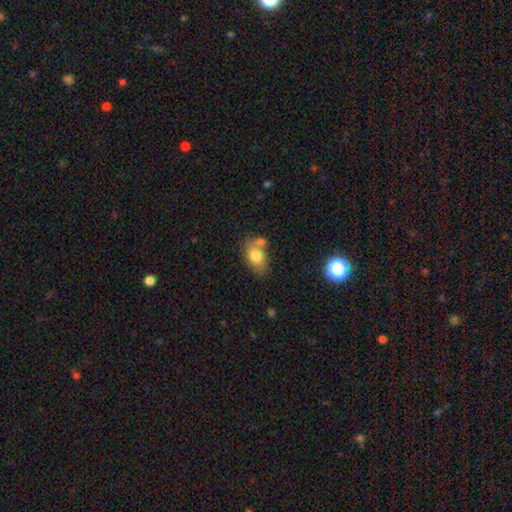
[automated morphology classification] This appears to be a smooth galaxy with no disk features (77%) that is in between round and cigar-shaped (85%). Merging: none (51%).